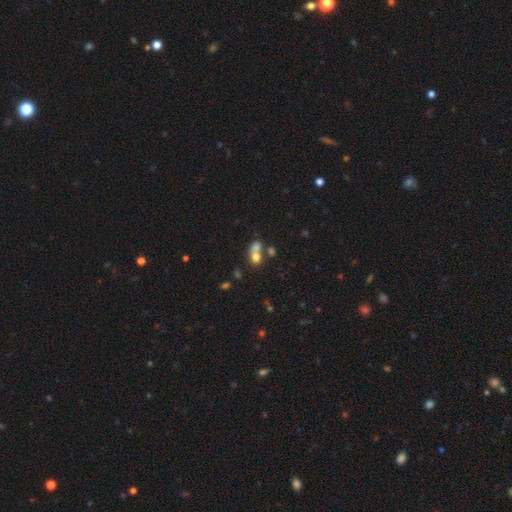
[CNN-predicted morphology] A smooth galaxy with no disk features (70%) that is in between round and cigar-shaped (53%). Merging: merger (61%).